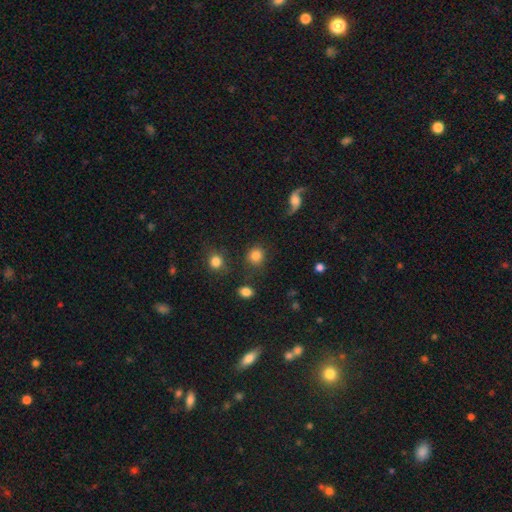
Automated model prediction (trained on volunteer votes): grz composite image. It shows a smooth galaxy with no disk features (83%) that is round (88%). Merging: none (81%).